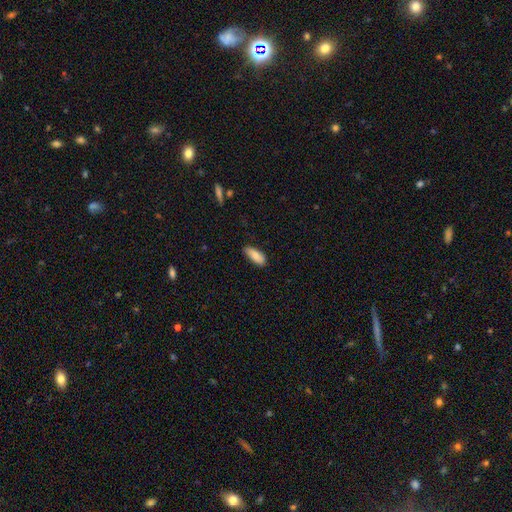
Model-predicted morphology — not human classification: This is clearly a smooth galaxy (84%). How rounded: likely in between (76%). Merging: likely none (79%).